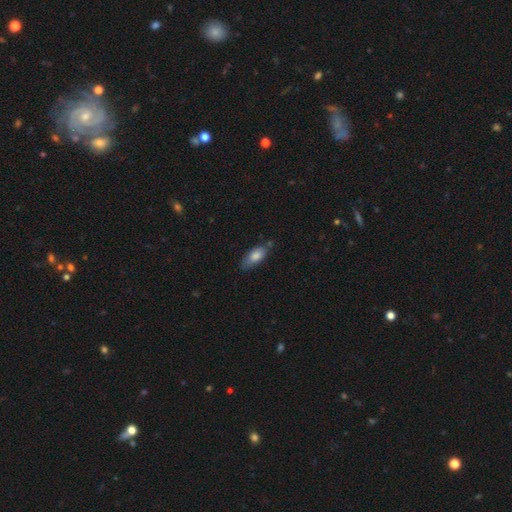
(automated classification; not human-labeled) smooth 79%, featured or disk 15%, star or artifact 7%. Down the decision tree: how rounded — in between (79%); merging — none (68%).